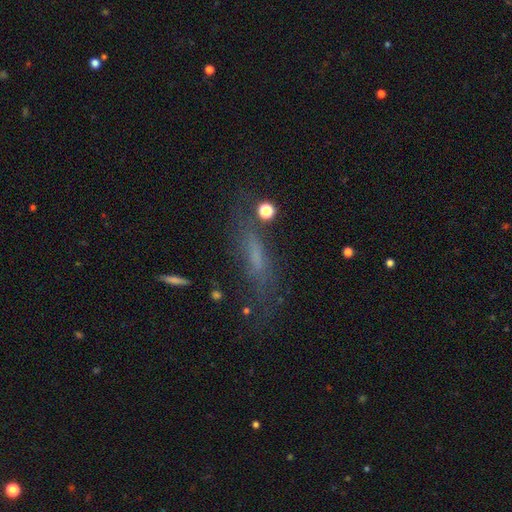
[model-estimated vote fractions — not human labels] Q: Smooth or featured?
A: smooth (47%); runner-up: featured or disk (34%)
Q: Merging?
A: none (61%); runner-up: minor disturbance (20%)